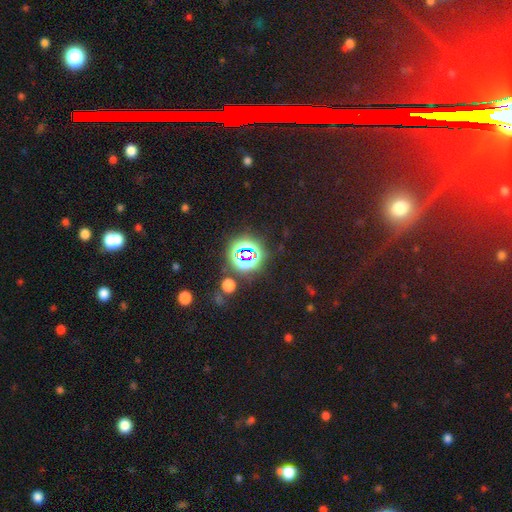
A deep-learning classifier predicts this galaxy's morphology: Smooth or featured?
  - star or artifact: 79% *
  - smooth: 12%
  - featured or disk: 9%